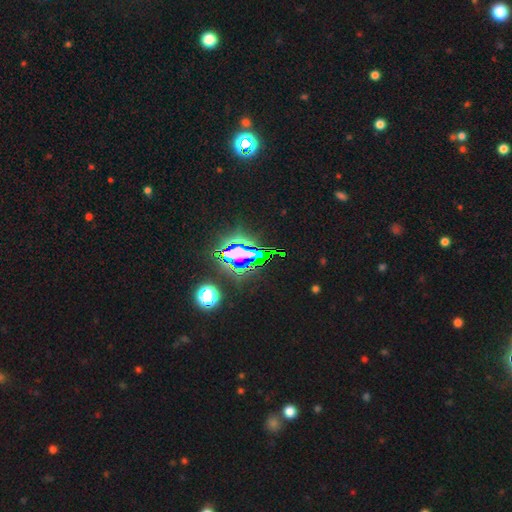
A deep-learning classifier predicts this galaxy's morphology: Smooth or featured?
  - star or artifact: 76% *
  - smooth: 13%
  - featured or disk: 11%